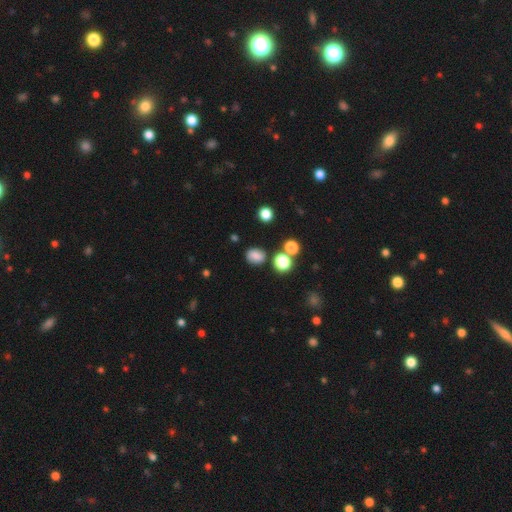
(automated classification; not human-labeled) Smooth or featured? Predicted: smooth (p=0.78). How rounded? Predicted: round (p=0.50). Merging? Predicted: none (p=0.76).